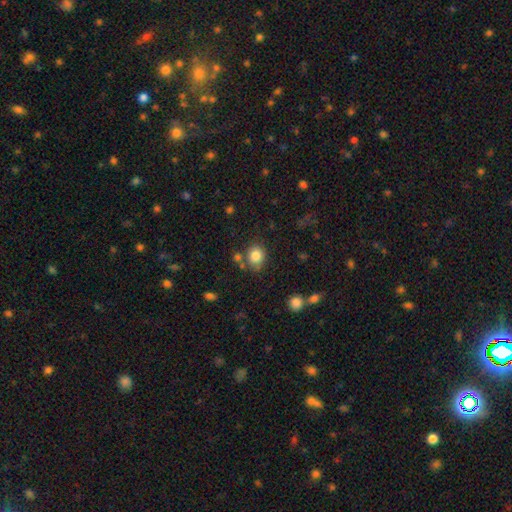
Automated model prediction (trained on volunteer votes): Overall: smooth (83%). How rounded: round (69%; in between 31%). Merging: none (71%).